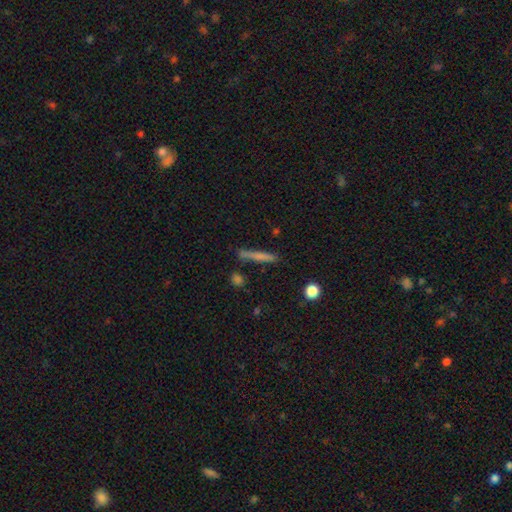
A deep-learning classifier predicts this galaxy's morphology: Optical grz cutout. It shows a smooth galaxy with no disk features (63%) that is cigar-shaped (94%). Merging: none (82%).